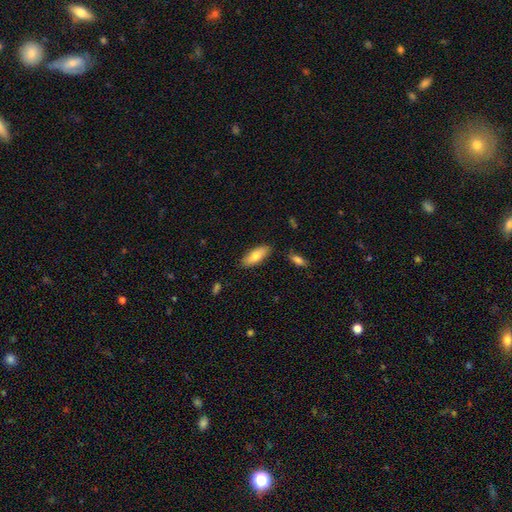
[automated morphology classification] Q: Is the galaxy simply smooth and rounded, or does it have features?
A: smooth — 76%.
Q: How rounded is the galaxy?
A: in between — 75%.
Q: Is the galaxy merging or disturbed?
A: none — 84%.